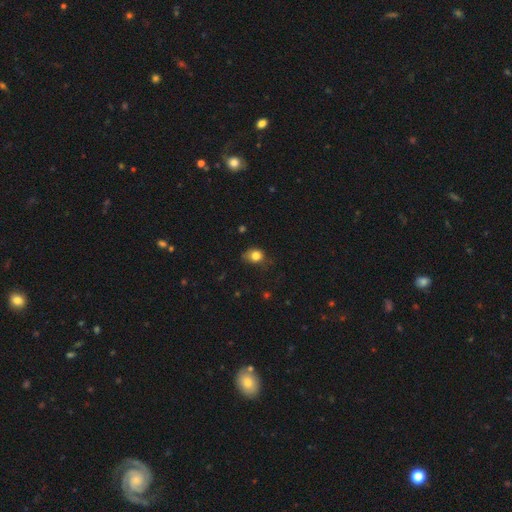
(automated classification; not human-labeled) A smooth galaxy with no disk features (80%) that is round (53%). Merging: none (48%).